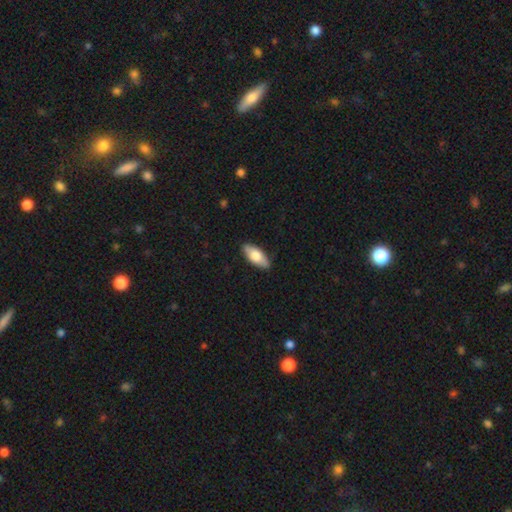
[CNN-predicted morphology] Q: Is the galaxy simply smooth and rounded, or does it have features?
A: smooth — 73%.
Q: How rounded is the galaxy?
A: in between — 84%.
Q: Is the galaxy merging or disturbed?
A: none — 88%.